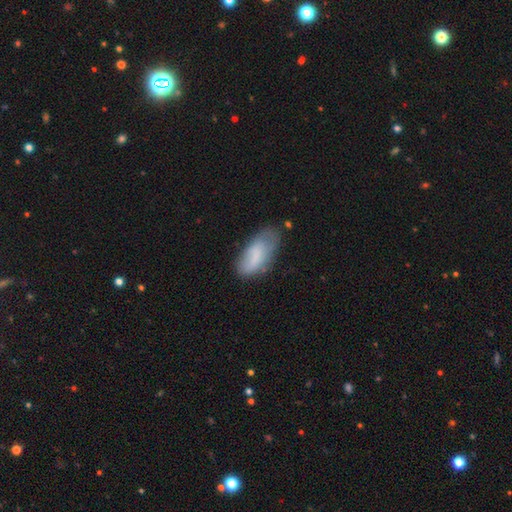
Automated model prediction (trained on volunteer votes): This appears to be a smooth galaxy with no disk features (70%) that is in between round and cigar-shaped (89%). Merging: none (51%).